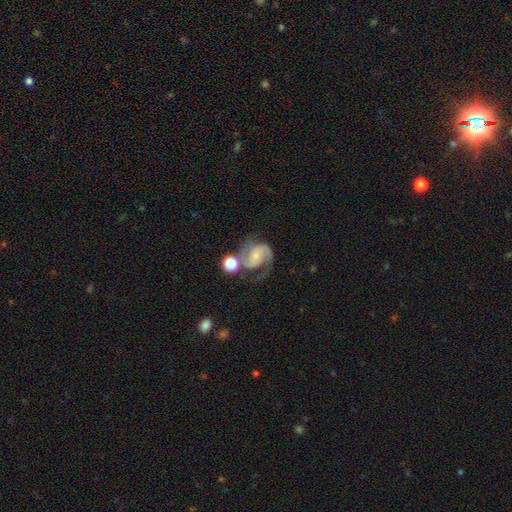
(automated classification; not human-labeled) Smooth or featured? Predicted: featured or disk (p=0.82). Edge-on disk? Predicted: no (p=0.98). Bar? Predicted: no (p=0.55). Spiral arms? Predicted: yes (p=0.97). Spiral winding? Predicted: medium (p=0.54). Spiral arm count? Predicted: 2 (p=0.86). Bulge size? Predicted: small (p=0.57). Merging? Predicted: none (p=0.46).